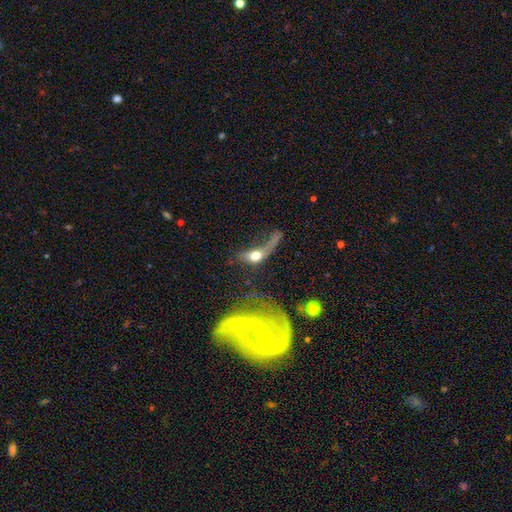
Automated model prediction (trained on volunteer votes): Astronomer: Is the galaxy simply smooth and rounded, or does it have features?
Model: smooth — 45% (runner-up: featured or disk, 43%).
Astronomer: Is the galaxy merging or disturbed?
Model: major disturbance — 46%.